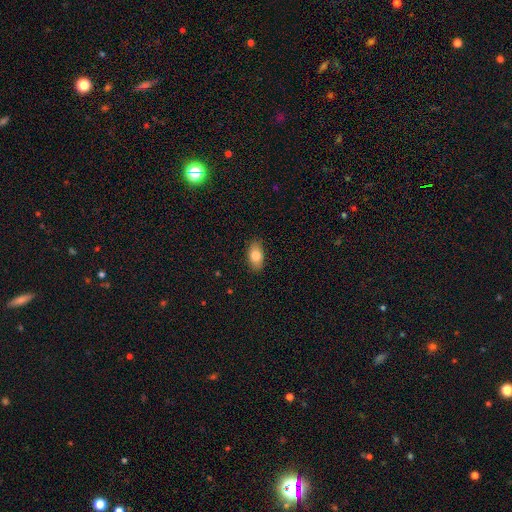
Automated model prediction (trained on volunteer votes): Smooth or featured? Predicted: smooth (p=0.80). How rounded? Predicted: in between (p=0.91). Merging? Predicted: none (p=0.87).